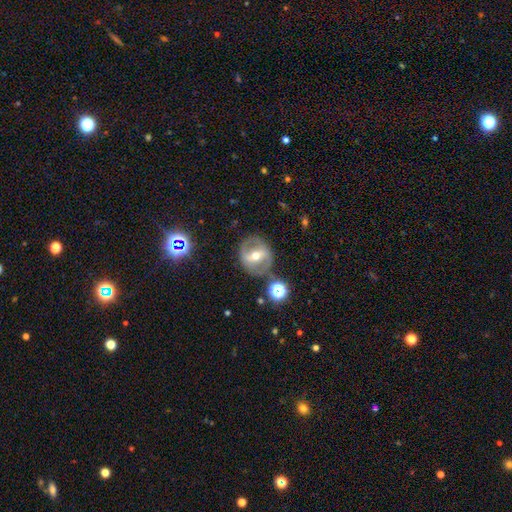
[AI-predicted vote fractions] Overall: featured or disk (68%). Edge-on disk: no (94%). Bar: strong (51%; weak 33%). Spiral arms: yes (63%; no 37%). Bulge size: moderate (66%; small 28%). Merging: none (75%).